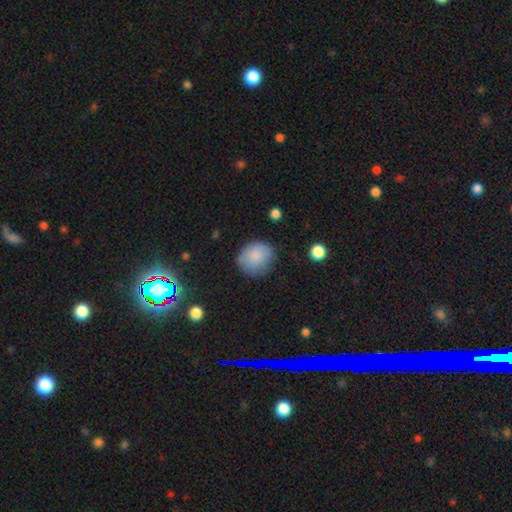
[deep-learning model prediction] Q: Smooth or featured?
A: smooth (83%); runner-up: featured or disk (9%)
Q: How rounded?
A: round (72%); runner-up: in between (27%)
Q: Merging?
A: none (71%); runner-up: minor disturbance (22%)